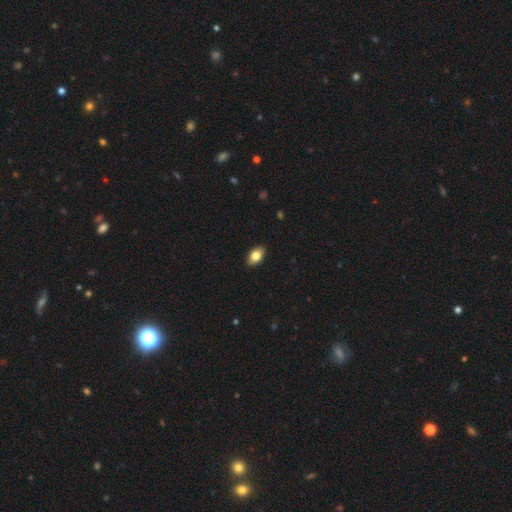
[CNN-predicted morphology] The model was most divided on "smooth or featured": smooth: 79%, featured or disk: 14%, star or artifact: 7%. More confident: how rounded — in between (91%); merging — none (89%).